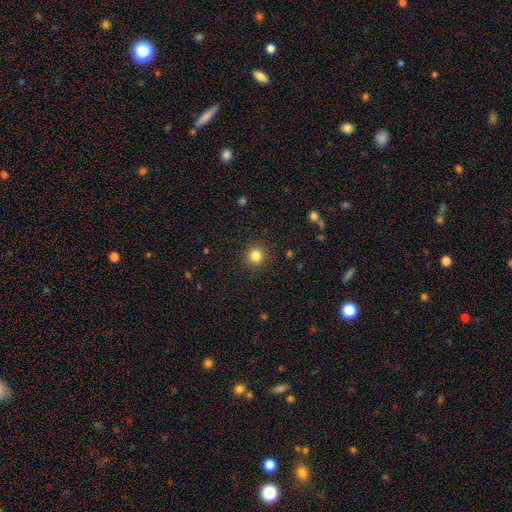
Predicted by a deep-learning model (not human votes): smooth 83%, star or artifact 12%, featured or disk 5%. Down the decision tree: how rounded — round (94%); merging — none (91%).